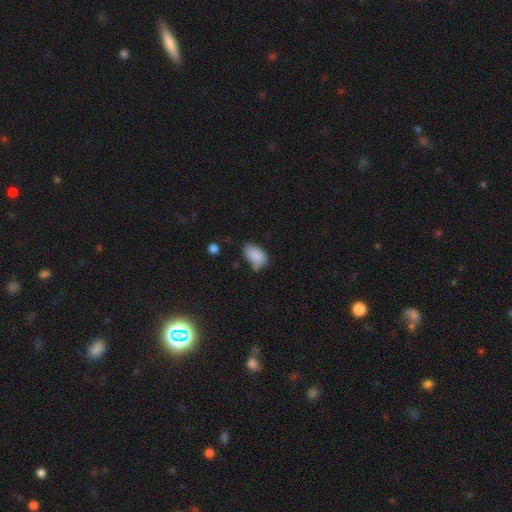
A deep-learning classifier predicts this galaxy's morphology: The model was most divided on "merging": none: 50%, minor disturbance: 35%, major disturbance: 9%, merger: 6%. More confident: how rounded — in between (92%); smooth or featured — smooth (86%).